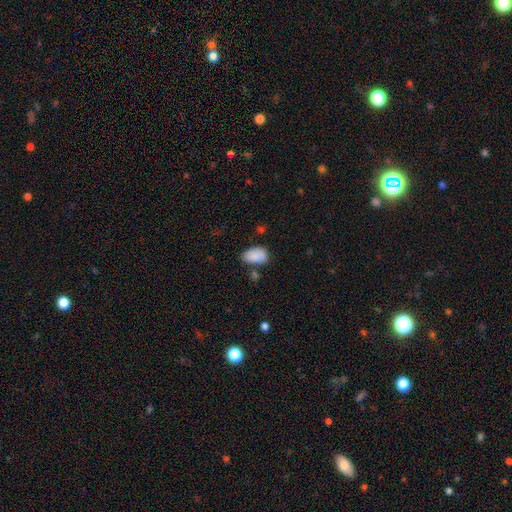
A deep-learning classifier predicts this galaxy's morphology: Overall: smooth (87%). How rounded: in between (92%). Merging: none (60%; minor disturbance 25%).